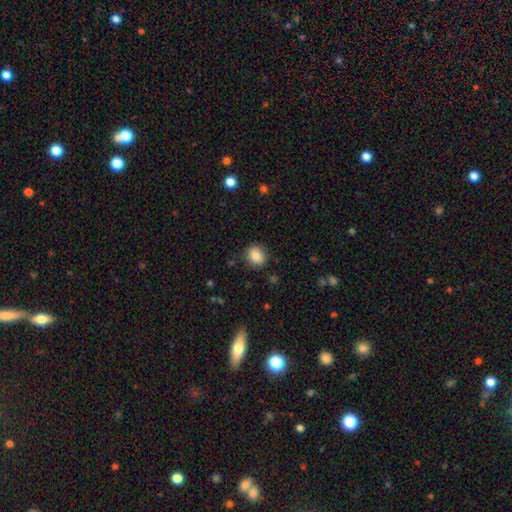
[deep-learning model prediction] Overall: smooth (85%). How rounded: round (63%; in between 36%). Merging: none (85%).